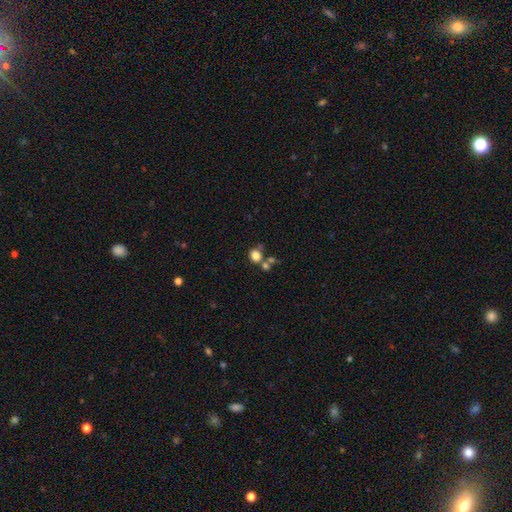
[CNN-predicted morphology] Smooth or featured?
  - smooth: 78% *
  - star or artifact: 14%
  - featured or disk: 8%
How rounded?
  - round: 82% *
  - in between: 17%
  - cigar-shaped: 1%
Merging?
  - none: 56% *
  - merger: 28%
  - minor disturbance: 10%
  - major disturbance: 6%